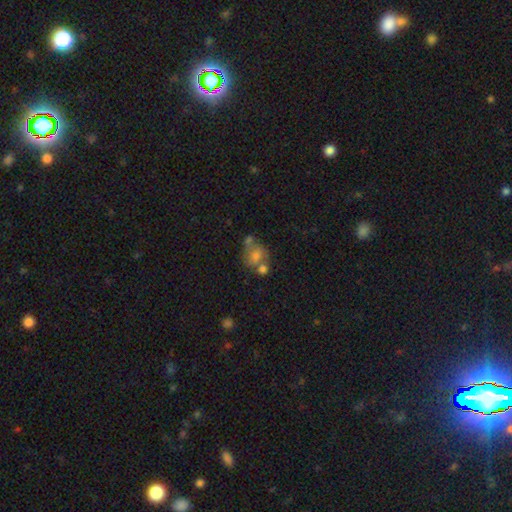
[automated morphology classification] smooth-or-featured: smooth: 61% | featured or disk: 28% | star or artifact: 11%
  how-rounded: round: 63% | in between: 36% | cigar-shaped: 1%
  merging: merger: 39% | none: 35% | minor disturbance: 17% | major disturbance: 10%